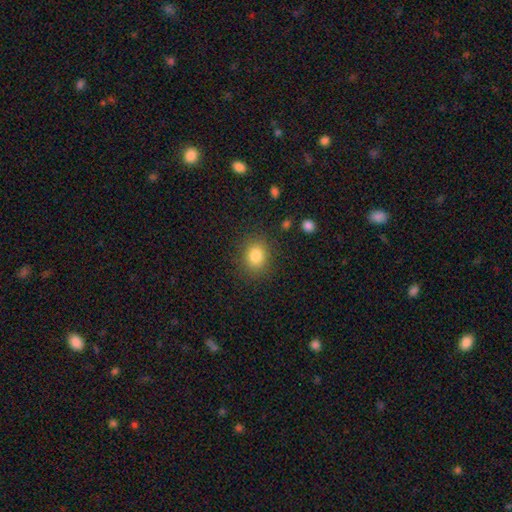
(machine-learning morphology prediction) Smooth or featured?
  - smooth: 83% *
  - star or artifact: 10%
  - featured or disk: 6%
How rounded?
  - round: 63% *
  - in between: 36%
  - cigar-shaped: 1%
Merging?
  - none: 86% *
  - minor disturbance: 9%
  - major disturbance: 3%
  - merger: 1%